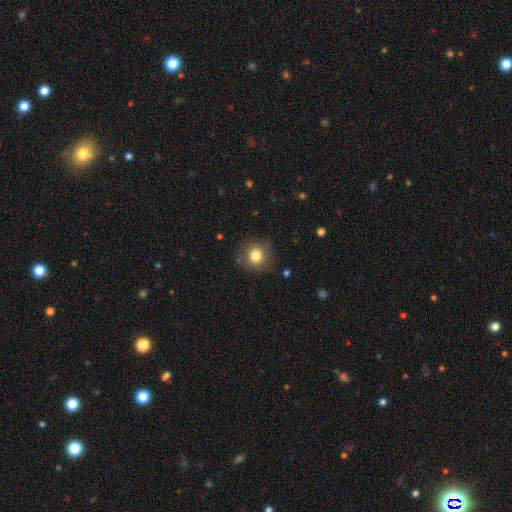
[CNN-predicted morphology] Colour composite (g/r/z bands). It shows a smooth galaxy with no disk features (81%) that is round (88%). Merging: none (83%).